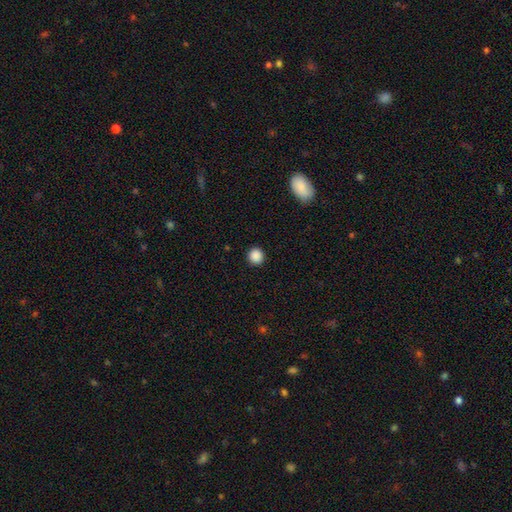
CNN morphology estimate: smooth 88%, star or artifact 9%, featured or disk 2%. Down the decision tree: how rounded — round (94%); merging — none (93%).